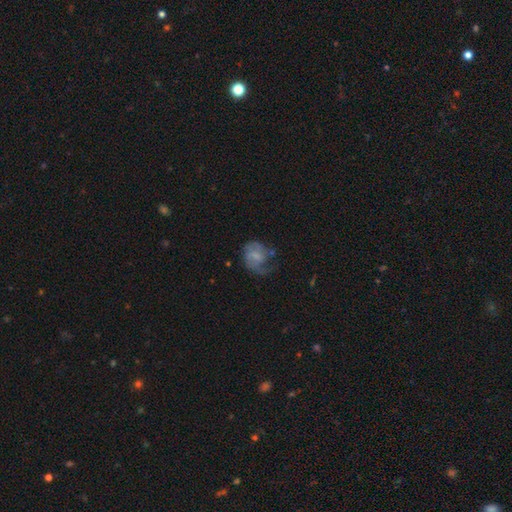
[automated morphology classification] type=featured or disk (53%); edge-on=no (97%); bar=no (46%); spiral arms=yes (79%); bulge=small (38%); merging=none (38%).